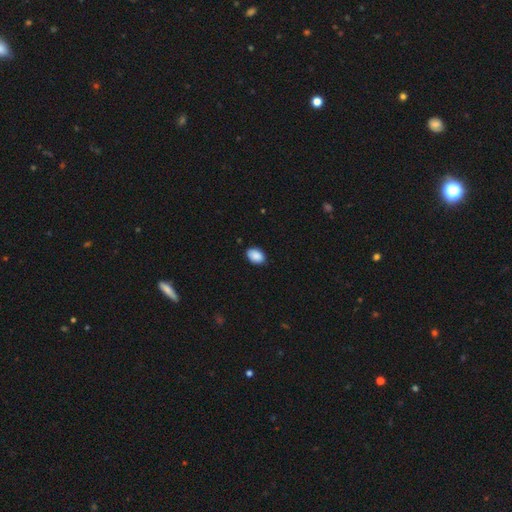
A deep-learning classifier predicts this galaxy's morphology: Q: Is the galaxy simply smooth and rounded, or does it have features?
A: smooth — 90%.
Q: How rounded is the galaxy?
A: in between — 88%.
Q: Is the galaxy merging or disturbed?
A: none — 84%.